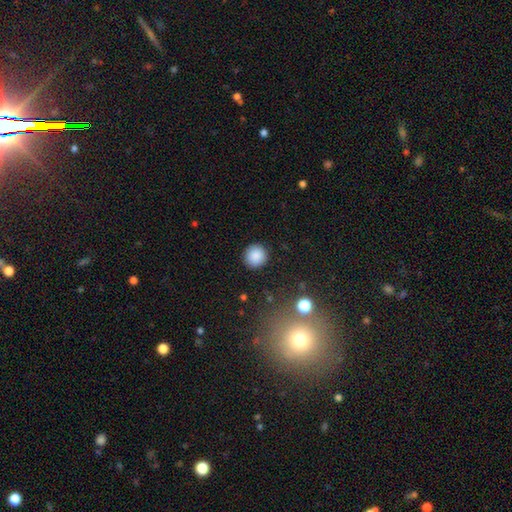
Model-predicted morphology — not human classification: A smooth galaxy with no disk features (88%) that is round (93%). Merging: none (91%).